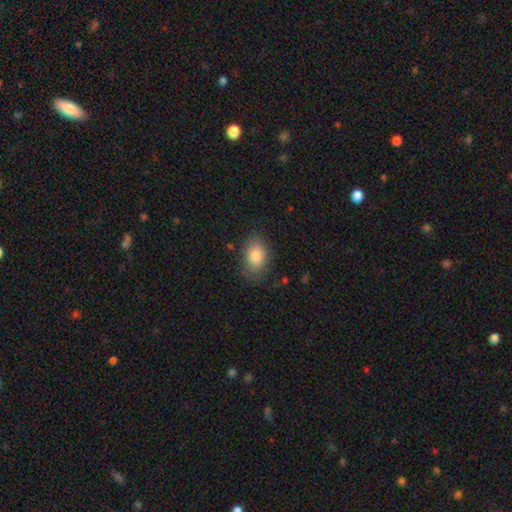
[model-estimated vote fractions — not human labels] Smooth or featured?
  - smooth: 84% *
  - featured or disk: 8%
  - star or artifact: 8%
How rounded?
  - in between: 84% *
  - round: 14%
  - cigar-shaped: 1%
Merging?
  - none: 78% *
  - minor disturbance: 17%
  - major disturbance: 4%
  - merger: 1%